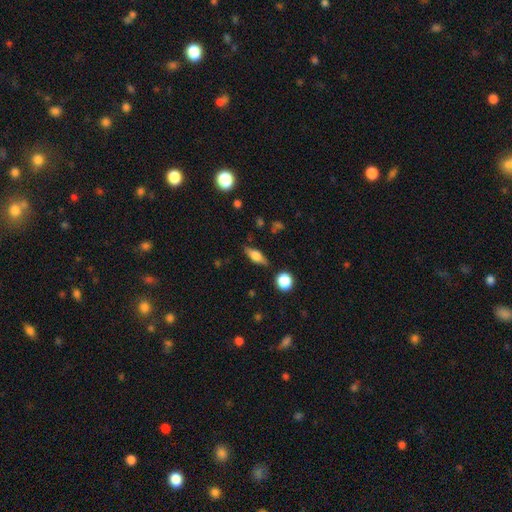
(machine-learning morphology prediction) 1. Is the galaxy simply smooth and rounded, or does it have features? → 62% smooth, 29% featured or disk, 9% star or artifact.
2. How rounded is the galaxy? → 68% in between, 25% cigar-shaped, 7% round.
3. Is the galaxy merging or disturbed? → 82% none, 13% minor disturbance, 3% major disturbance, 2% merger.